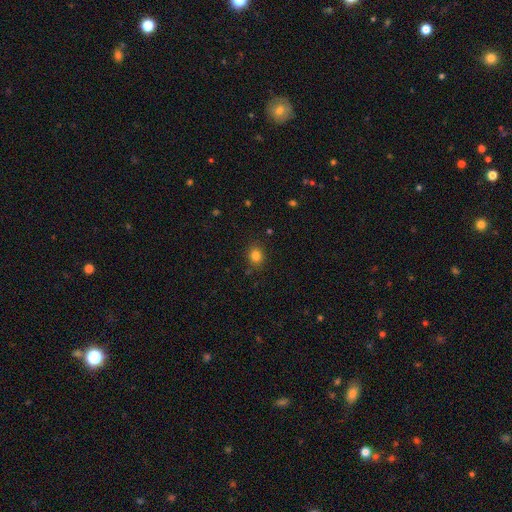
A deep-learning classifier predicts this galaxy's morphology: smooth_or_featured: smooth (p=0.82) [alt: star or artifact p=0.13]
how_rounded: round (p=0.70) [alt: in between p=0.29]
merging: none (p=0.86) [alt: minor disturbance p=0.10]